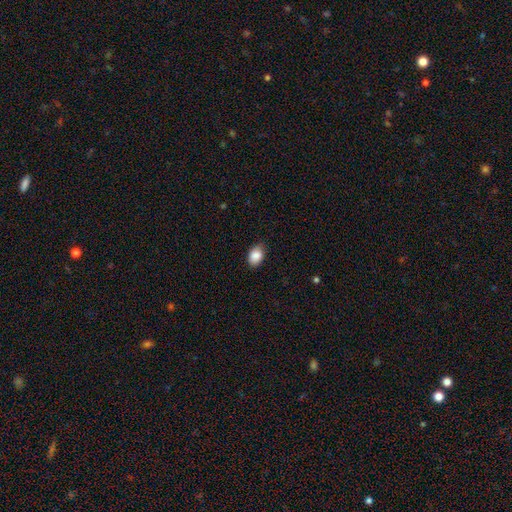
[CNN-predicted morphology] Smooth or featured? smooth (87%)
How rounded? in between (84%)
Merging? none (81%)